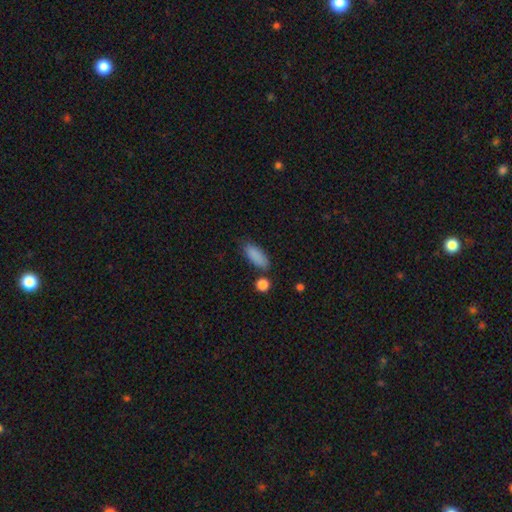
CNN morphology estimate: type=smooth (87%); roundness=in between (77%); merging=none (72%).